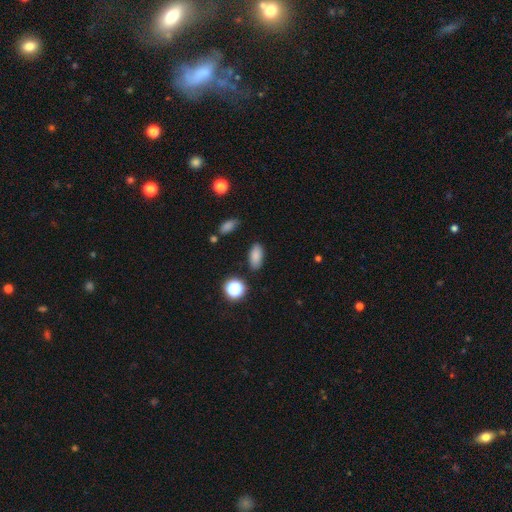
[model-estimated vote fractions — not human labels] smooth 84%, star or artifact 11%, featured or disk 5%. Down the decision tree: how rounded — in between (89%); merging — none (85%).